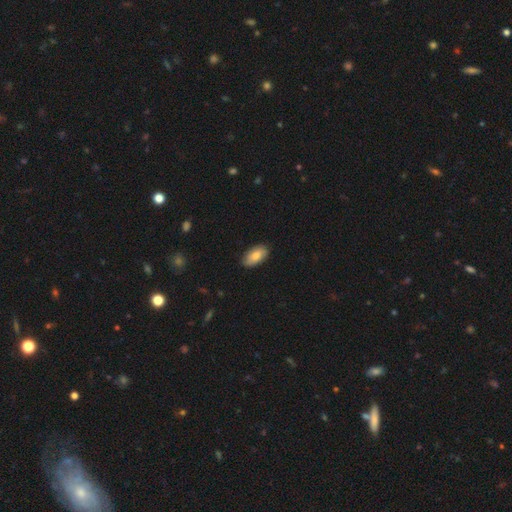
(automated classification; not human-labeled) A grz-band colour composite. It shows a smooth galaxy with no disk features (79%) that is in between round and cigar-shaped (94%). Merging: none (85%).